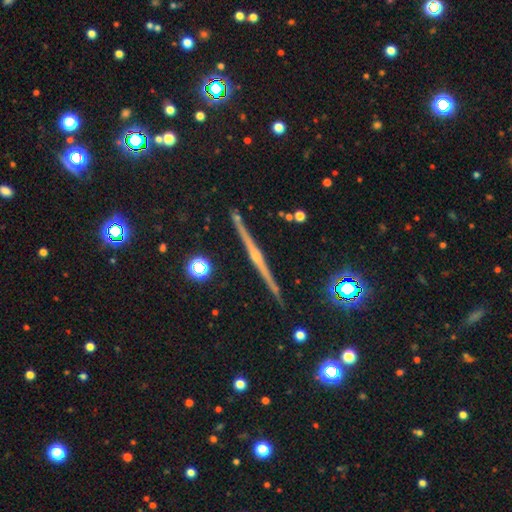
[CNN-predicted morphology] The model was most divided on "edge-on bulge": rounded: 76%, none: 17%, boxy: 7%. More confident: edge-on disk — yes (99%); merging — none (92%); smooth or featured — featured or disk (82%).